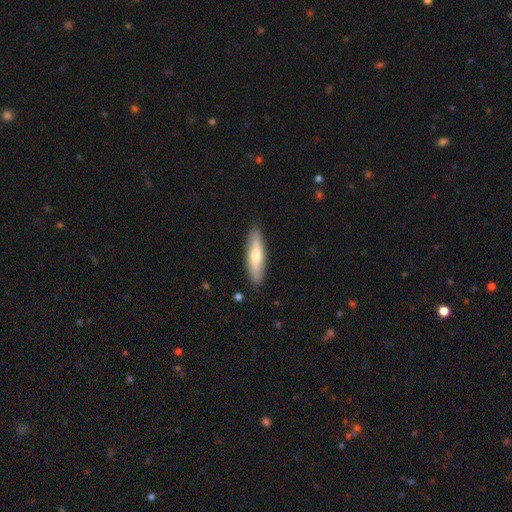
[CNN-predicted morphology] smooth-or-featured: smooth: 57% | featured or disk: 37% | star or artifact: 6%
  how-rounded: cigar-shaped: 68% | in between: 30% | round: 2%
  merging: none: 88% | minor disturbance: 9% | major disturbance: 2% | merger: 1%